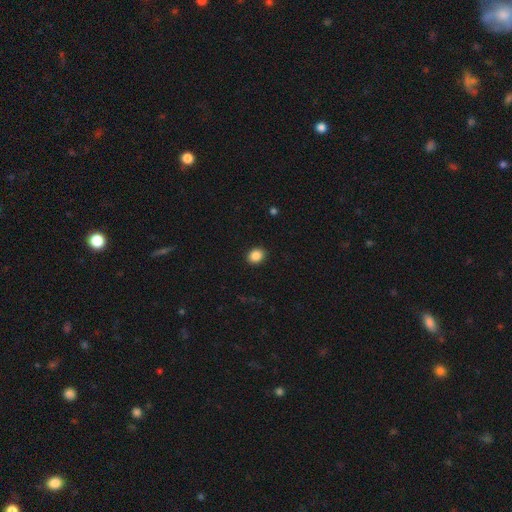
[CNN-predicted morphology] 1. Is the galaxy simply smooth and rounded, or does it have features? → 87% smooth, 9% star or artifact, 4% featured or disk.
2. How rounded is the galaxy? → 57% round, 42% in between, 1% cigar-shaped.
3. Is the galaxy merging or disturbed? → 91% none, 6% minor disturbance, 2% major disturbance, 1% merger.